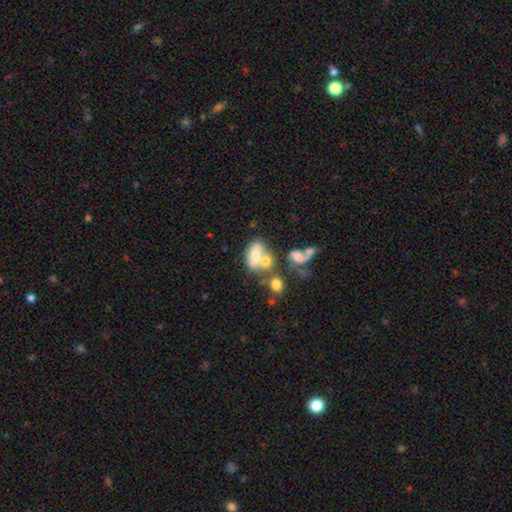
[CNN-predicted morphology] A smooth galaxy with no disk features (56%) that is in between round and cigar-shaped (79%).

Vote fractions:
- Smooth or featured? smooth: 56% / featured or disk: 33% / star or artifact: 11%
- How rounded? in between: 79% / round: 18% / cigar-shaped: 3%
- Merging? merger: 55% / none: 24% / minor disturbance: 11% / major disturbance: 10%